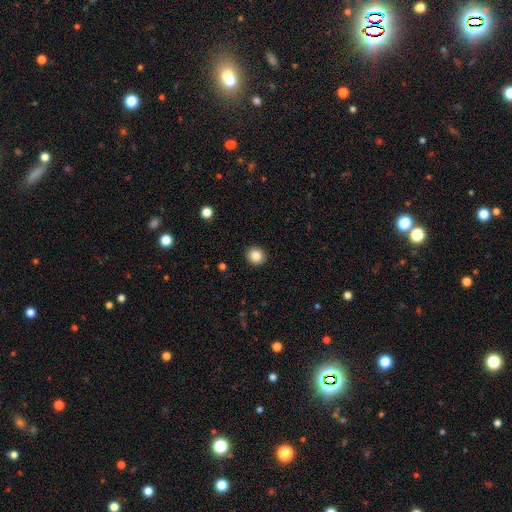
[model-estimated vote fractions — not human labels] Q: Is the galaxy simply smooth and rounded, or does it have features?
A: smooth — 86%.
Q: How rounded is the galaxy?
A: round — 87%.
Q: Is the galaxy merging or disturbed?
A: none — 92%.